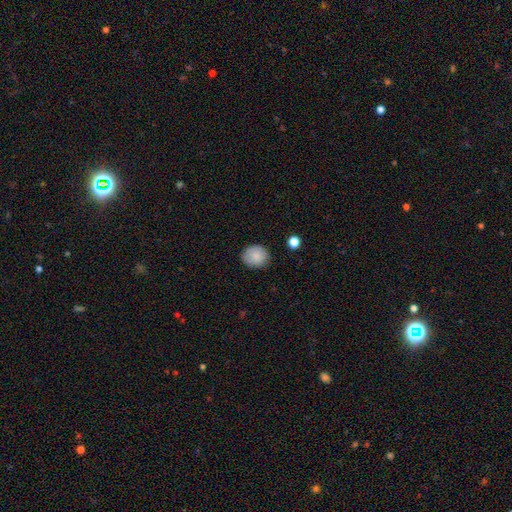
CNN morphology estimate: The model was most divided on "how rounded": round: 70%, in between: 29%, cigar-shaped: 1%. More confident: smooth or featured — smooth (85%); merging — none (84%).